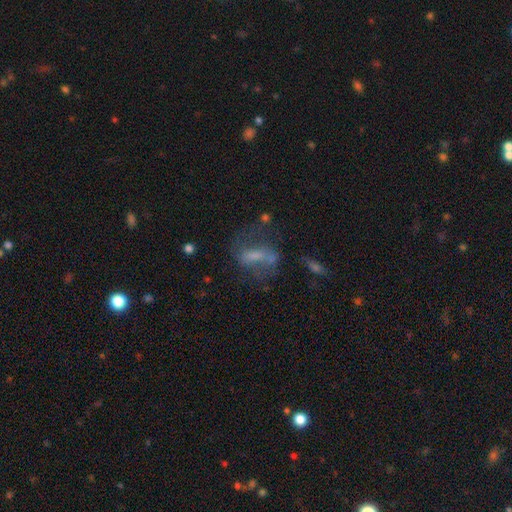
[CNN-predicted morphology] featured or disk 49%, smooth 35%, star or artifact 16%. Down the decision tree: merging — none (43%).